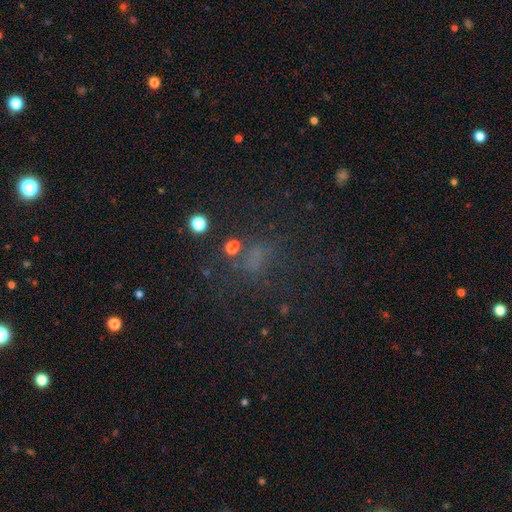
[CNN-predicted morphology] smooth-or-featured: star or artifact: 41% | smooth: 40% | featured or disk: 19%